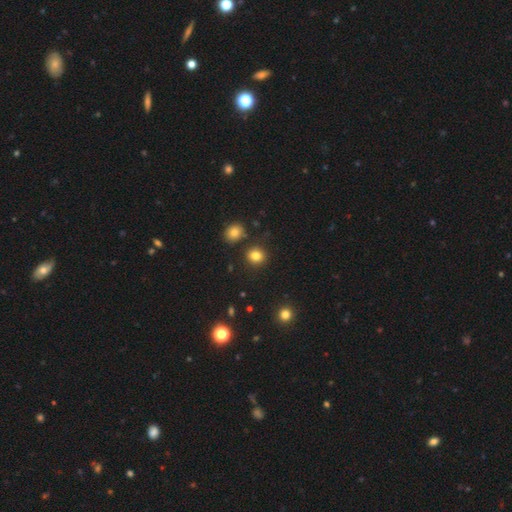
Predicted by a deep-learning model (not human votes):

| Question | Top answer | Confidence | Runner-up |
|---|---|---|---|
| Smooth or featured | smooth | 82% | star or artifact (12%) |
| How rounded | round | 87% | in between (12%) |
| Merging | none | 87% | minor disturbance (6%) |